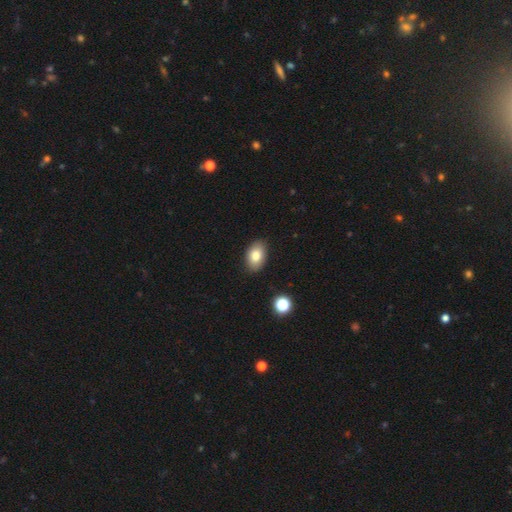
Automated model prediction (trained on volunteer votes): smooth-or-featured: smooth: 82% | featured or disk: 9% | star or artifact: 8%
  how-rounded: in between: 88% | round: 11% | cigar-shaped: 1%
  merging: none: 88% | minor disturbance: 9% | major disturbance: 2% | merger: 1%